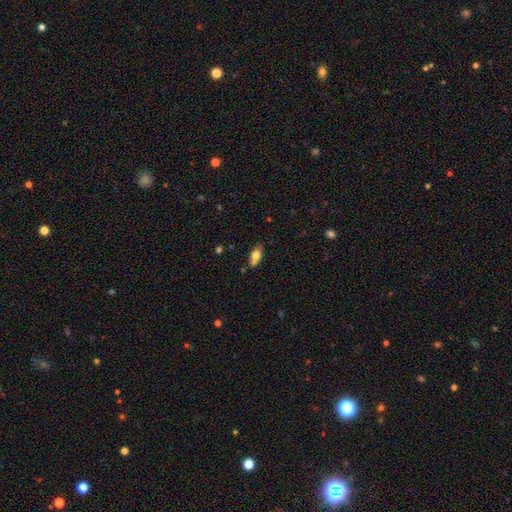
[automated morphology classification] A smooth galaxy with no disk features (70%) that is in between round and cigar-shaped (79%).

Vote fractions:
- Smooth or featured? smooth: 70% / featured or disk: 22% / star or artifact: 9%
- How rounded? in between: 79% / cigar-shaped: 15% / round: 6%
- Merging? none: 60% / minor disturbance: 19% / merger: 16% / major disturbance: 5%